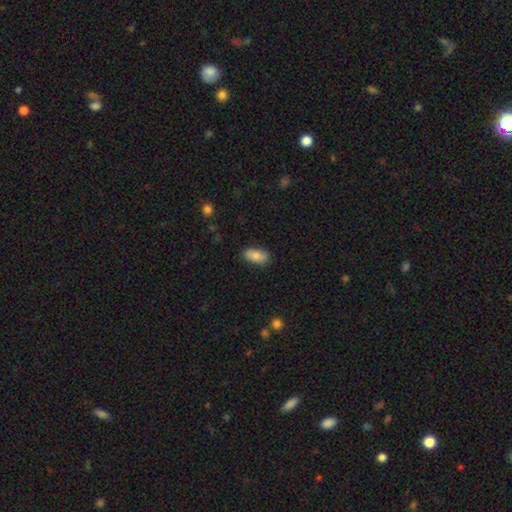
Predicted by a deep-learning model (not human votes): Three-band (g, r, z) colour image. It shows a smooth galaxy with no disk features (83%) that is in between round and cigar-shaped (91%). Merging: none (80%).